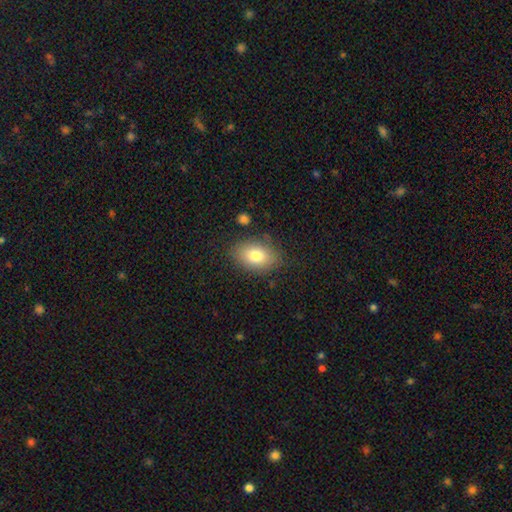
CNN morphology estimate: smooth_or_featured: smooth (p=0.80) [alt: featured or disk p=0.12]
how_rounded: in between (p=0.86) [alt: round p=0.13]
merging: none (p=0.80) [alt: minor disturbance p=0.14]